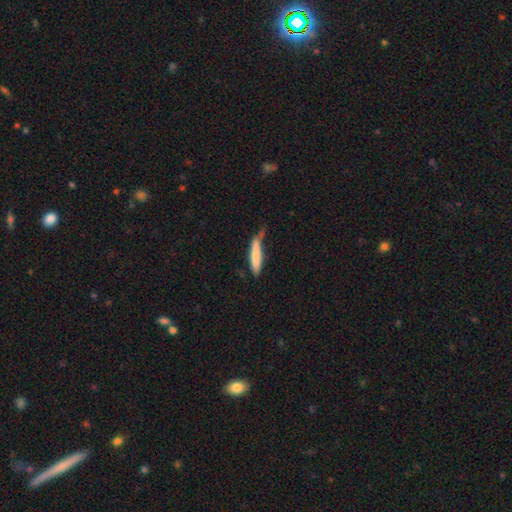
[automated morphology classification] Smooth or featured: smooth — 77% (featured or disk — 17%)
How rounded: cigar-shaped — 86% (in between — 12%)
Merging: none — 44% (minor disturbance — 36%)